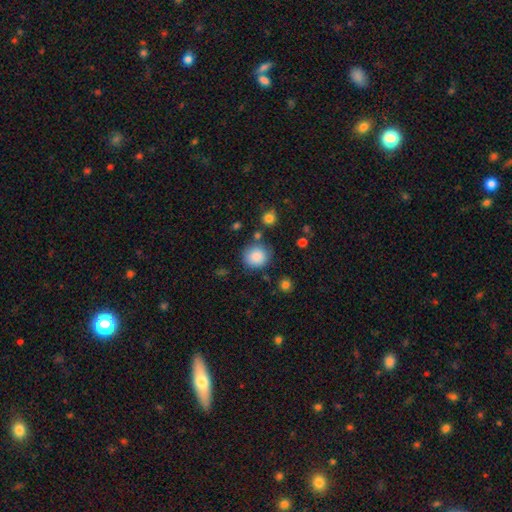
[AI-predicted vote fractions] The model was most divided on "merging": none: 77%, minor disturbance: 13%, merger: 5%, major disturbance: 4%. More confident: how rounded — round (87%); smooth or featured — smooth (86%).